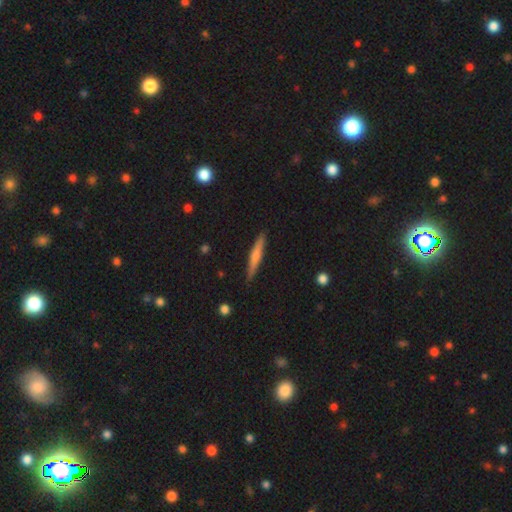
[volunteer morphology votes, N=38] Smooth or featured? smooth (61%)
How rounded? cigar-shaped (100%)
Merging? none (89%)